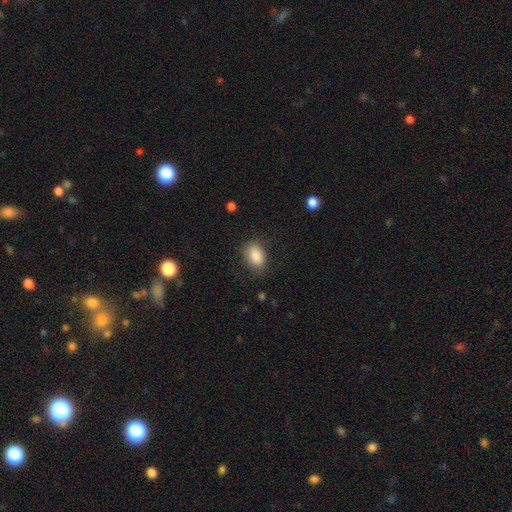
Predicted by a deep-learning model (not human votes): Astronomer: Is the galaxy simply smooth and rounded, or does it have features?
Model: smooth — 87%.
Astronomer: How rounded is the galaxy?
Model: in between — 87%.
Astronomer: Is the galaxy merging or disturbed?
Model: none — 81%.